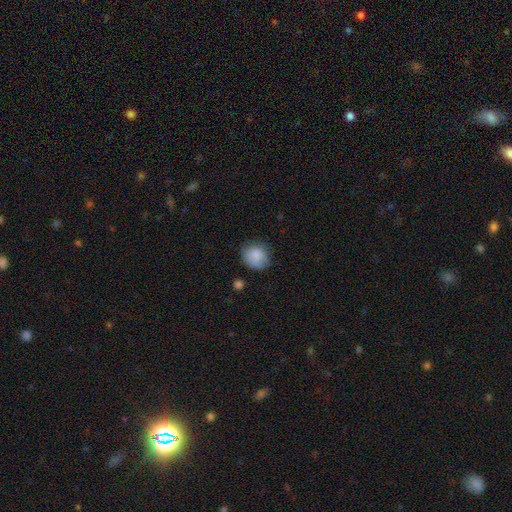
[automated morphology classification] Smooth or featured?
  - smooth: 85% *
  - star or artifact: 8%
  - featured or disk: 8%
How rounded?
  - round: 79% *
  - in between: 20%
  - cigar-shaped: 1%
Merging?
  - none: 67% *
  - minor disturbance: 24%
  - major disturbance: 7%
  - merger: 2%